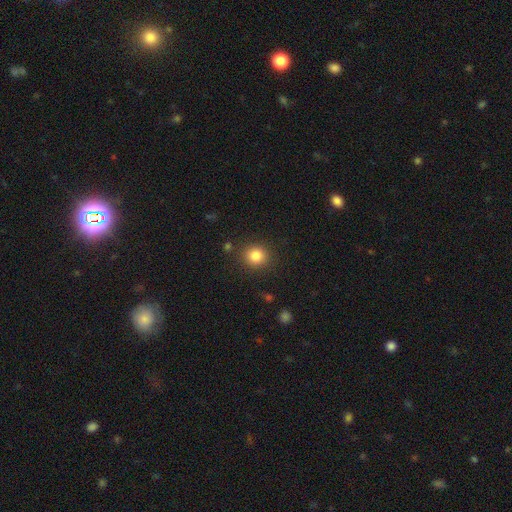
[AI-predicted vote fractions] Smooth or featured? Predicted: smooth (p=0.84). How rounded? Predicted: round (p=0.87). Merging? Predicted: none (p=0.88).